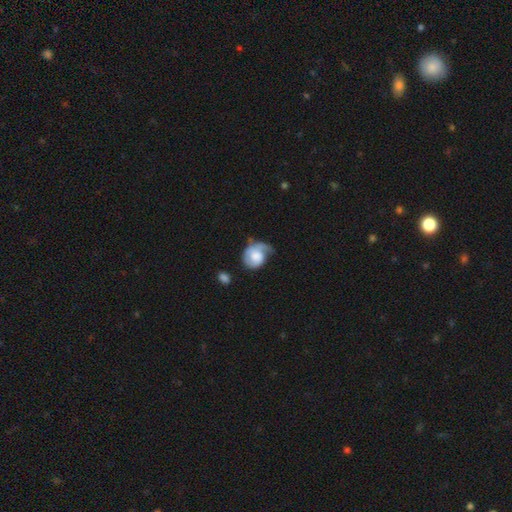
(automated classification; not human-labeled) Morphology: type=featured or disk (56%); edge-on=no (98%); bar=no (72%); spiral arms=yes (84%); bulge=large (33%); merging=none (32%, tied with major disturbance and minor disturbance).